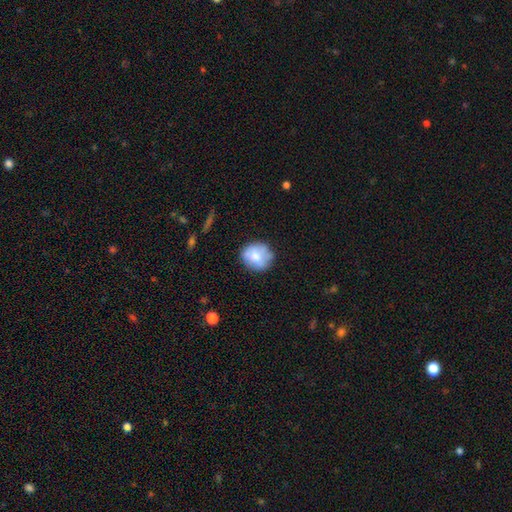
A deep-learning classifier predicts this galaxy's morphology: Smooth or featured? smooth (73%)
How rounded? round (79%)
Merging? none (72%)